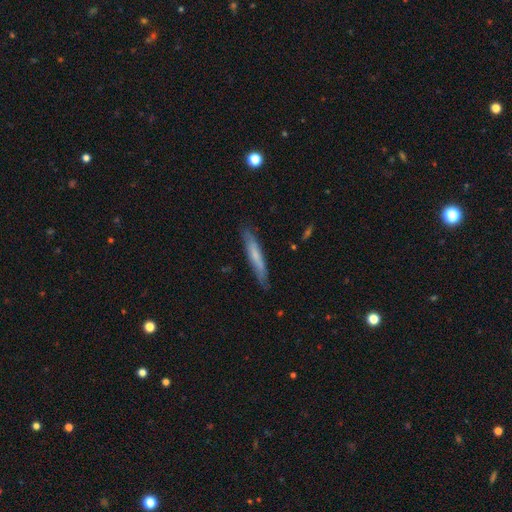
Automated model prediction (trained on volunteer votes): A smooth galaxy with no disk features (58%) that is cigar-shaped (93%).

Vote fractions:
- Smooth or featured? smooth: 58% / featured or disk: 36% / star or artifact: 6%
- How rounded? cigar-shaped: 93% / in between: 6% / round: 1%
- Merging? none: 83% / minor disturbance: 13% / major disturbance: 2% / merger: 1%